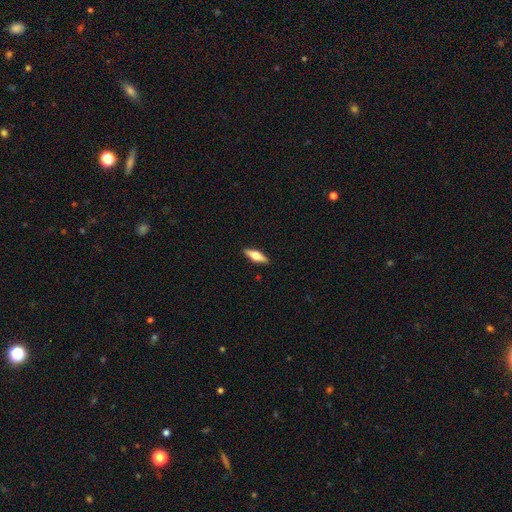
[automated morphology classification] Overall: featured or disk (53%; smooth 42%). Edge-on disk: yes (95%). Merging: none (90%).